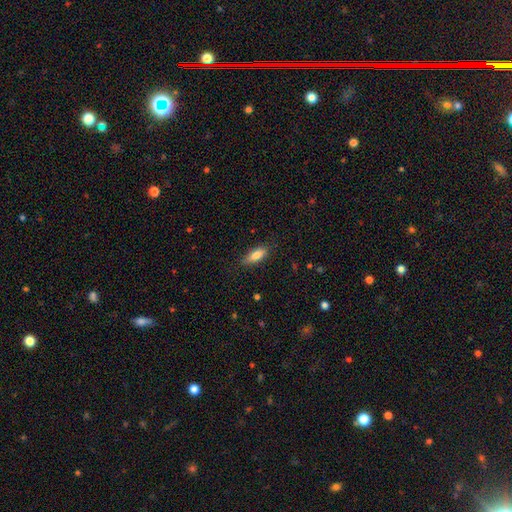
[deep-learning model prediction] This is likely a smooth galaxy (79%). How rounded: likely in between (70%). Merging: clearly none (82%).